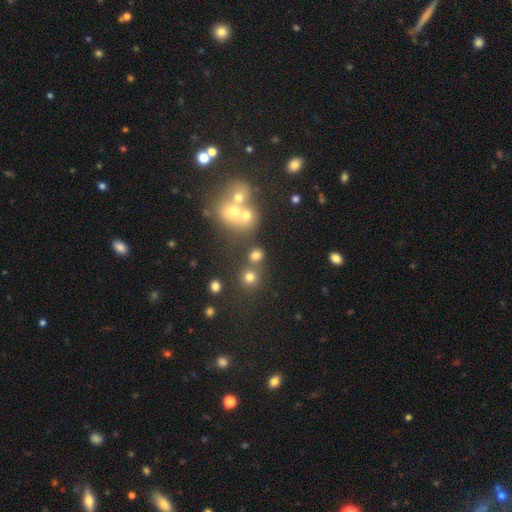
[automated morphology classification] This appears to be a smooth galaxy with no disk features (73%) that is round (82%). Merging: none (66%).